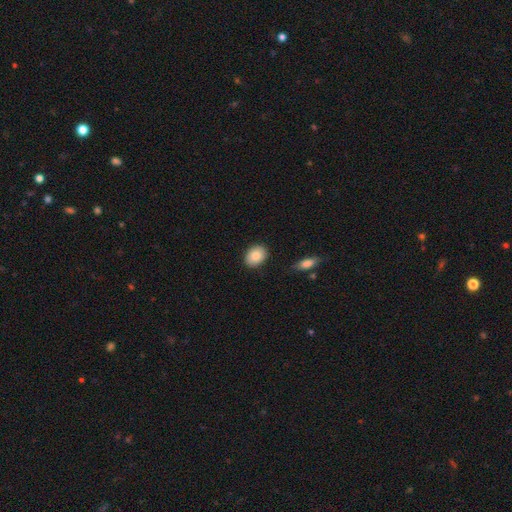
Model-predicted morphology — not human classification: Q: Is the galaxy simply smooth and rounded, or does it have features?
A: smooth — 85%.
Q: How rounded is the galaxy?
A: in between — 63%.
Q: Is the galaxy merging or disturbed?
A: none — 87%.